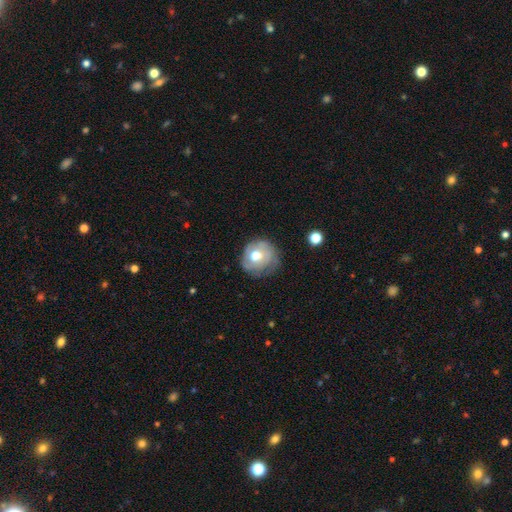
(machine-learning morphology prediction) Smooth or featured? Predicted: smooth (p=0.52). How rounded? Predicted: round (p=0.81). Merging? Predicted: none (p=0.58).